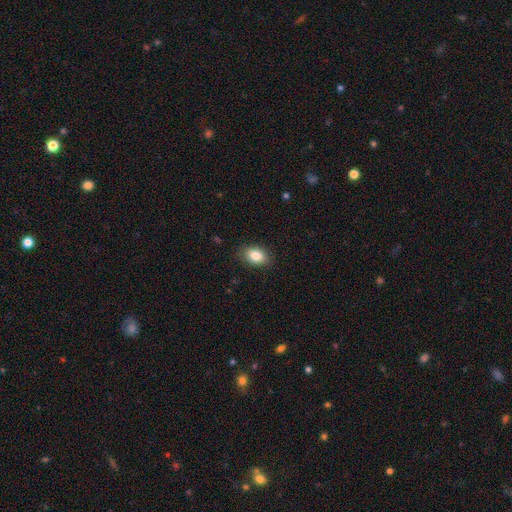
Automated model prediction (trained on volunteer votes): This appears to be a smooth galaxy with no disk features (85%) that is in between round and cigar-shaped (83%). Merging: none (85%).